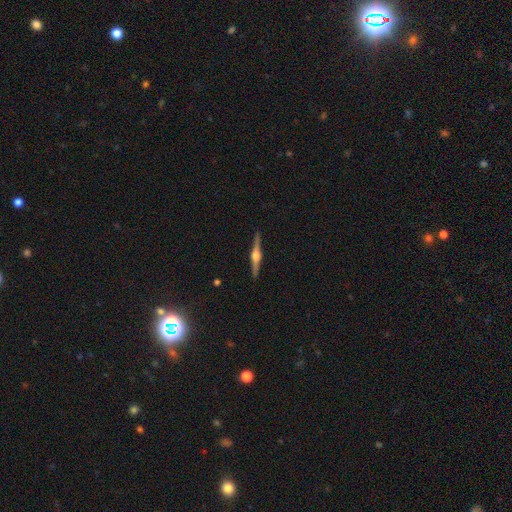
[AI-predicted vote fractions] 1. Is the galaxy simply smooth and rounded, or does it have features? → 82% featured or disk, 12% smooth, 5% star or artifact.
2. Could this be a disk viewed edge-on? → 98% yes, 2% no.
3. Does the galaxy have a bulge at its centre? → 92% rounded, 6% boxy, 2% none.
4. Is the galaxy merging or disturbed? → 92% none, 6% minor disturbance, 1% major disturbance, 1% merger.